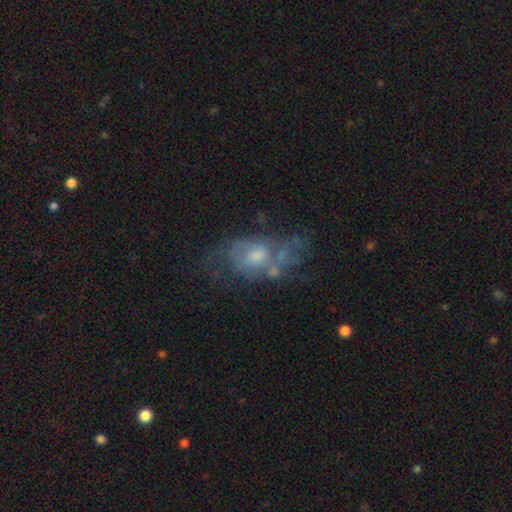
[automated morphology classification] Smooth or featured?
  - featured or disk: 56% *
  - smooth: 34%
  - star or artifact: 10%
Edge-on disk?
  - no: 96% *
  - yes: 4%
Bar?
  - no: 76% *
  - weak: 21%
  - strong: 3%
Spiral arms?
  - no: 60% *
  - yes: 40%
Bulge size?
  - moderate: 49% *
  - small: 31%
  - none: 10%
  - large: 9%
  - dominant: 2%
Merging?
  - major disturbance: 34% *
  - none: 27%
  - minor disturbance: 21%
  - merger: 18%